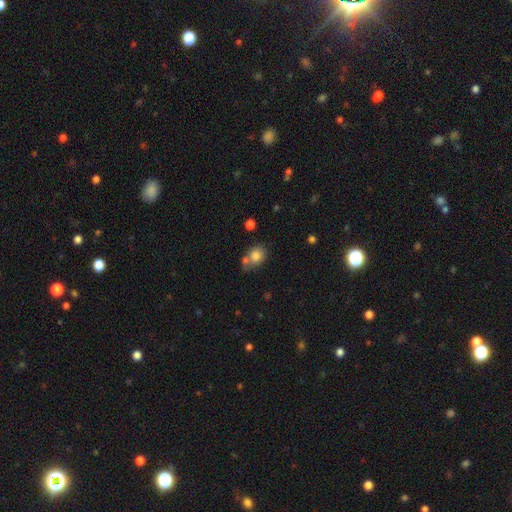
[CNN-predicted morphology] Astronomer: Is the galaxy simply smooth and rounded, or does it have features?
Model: smooth — 82%.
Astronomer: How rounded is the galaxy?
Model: round — 51% (runner-up: in between, 48%).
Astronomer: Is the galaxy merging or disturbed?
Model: none — 52%.